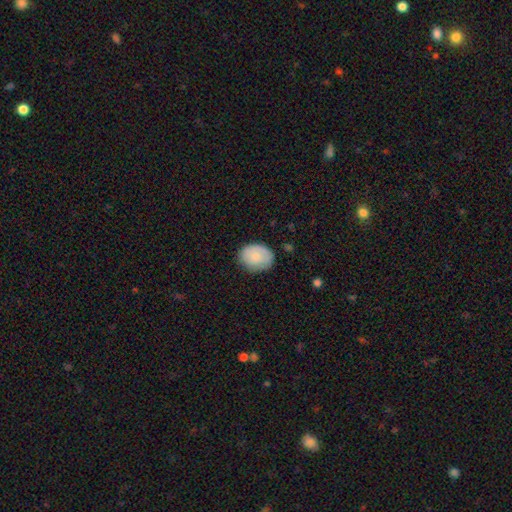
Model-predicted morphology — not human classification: Smooth or featured?
  - smooth: 80% *
  - featured or disk: 14%
  - star or artifact: 7%
How rounded?
  - in between: 53% *
  - round: 46%
  - cigar-shaped: 1%
Merging?
  - none: 77% *
  - minor disturbance: 18%
  - major disturbance: 4%
  - merger: 1%